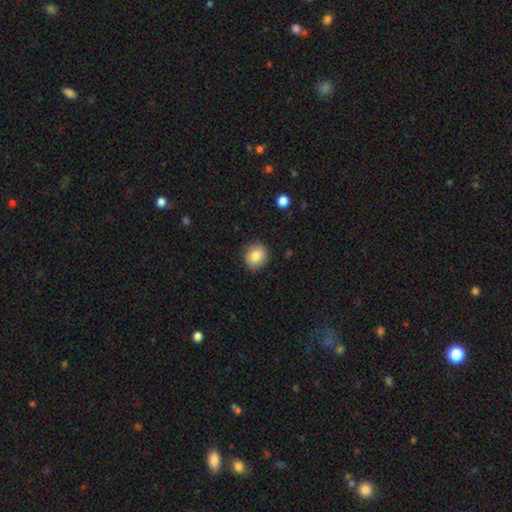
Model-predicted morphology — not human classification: Smooth or featured?
  - smooth: 83% *
  - star or artifact: 9%
  - featured or disk: 9%
How rounded?
  - round: 81% *
  - in between: 18%
  - cigar-shaped: 1%
Merging?
  - none: 88% *
  - minor disturbance: 9%
  - major disturbance: 2%
  - merger: 1%